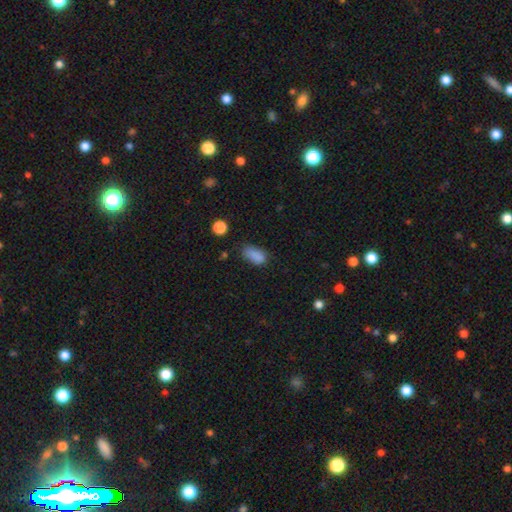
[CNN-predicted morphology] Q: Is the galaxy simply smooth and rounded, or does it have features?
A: smooth — 84%.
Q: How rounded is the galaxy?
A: in between — 89%.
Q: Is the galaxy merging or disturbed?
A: none — 55%.